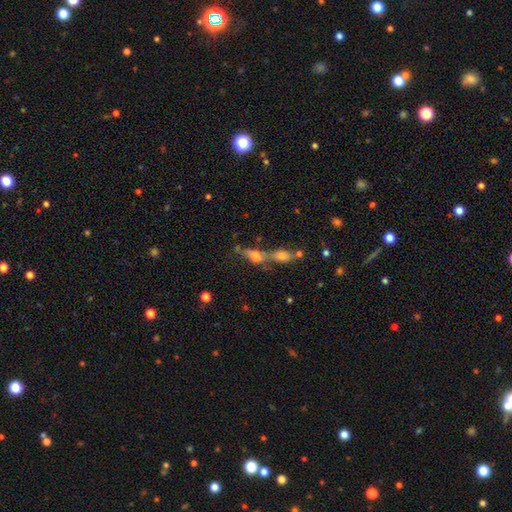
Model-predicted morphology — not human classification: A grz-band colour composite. It shows a smooth galaxy with no disk features (61%) that is in between round and cigar-shaped (68%). Merging: merger (60%).